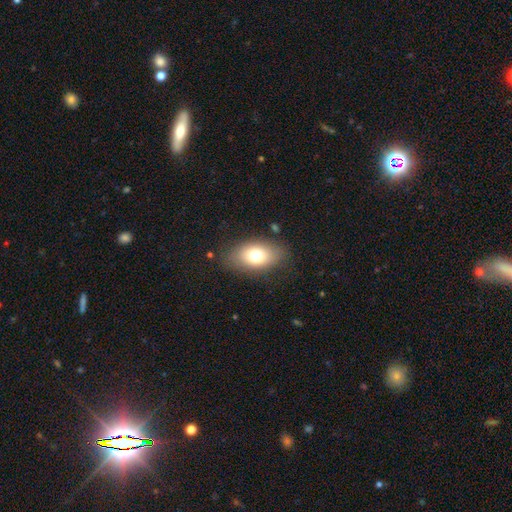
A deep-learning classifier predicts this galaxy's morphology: A smooth galaxy with no disk features (75%) that is in between round and cigar-shaped (88%).

Vote fractions:
- Smooth or featured? smooth: 75% / featured or disk: 16% / star or artifact: 9%
- How rounded? in between: 88% / round: 10% / cigar-shaped: 2%
- Merging? none: 81% / minor disturbance: 13% / major disturbance: 4% / merger: 2%